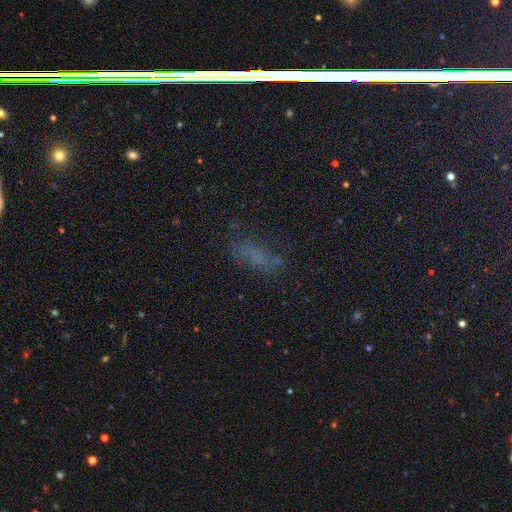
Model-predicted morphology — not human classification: type=smooth (56%); roundness=in between (70%); merging=none (60%).